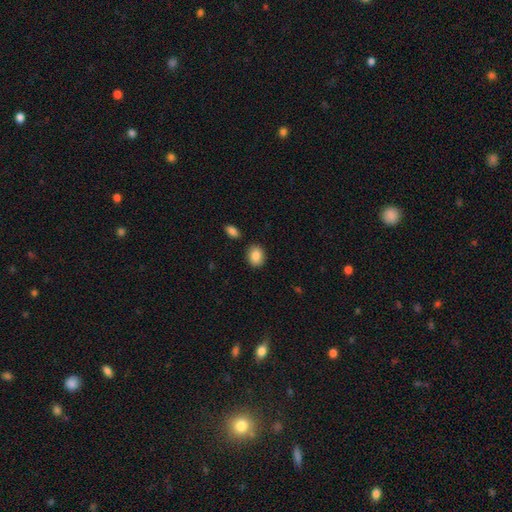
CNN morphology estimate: This appears to be a smooth galaxy with no disk features (87%) that is in between round and cigar-shaped (54%). Merging: none (86%).